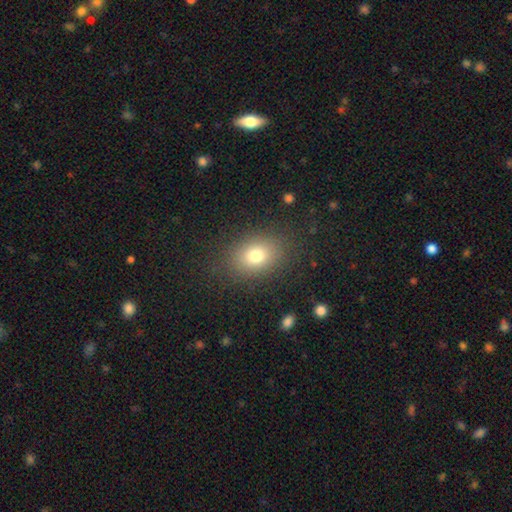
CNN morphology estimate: This is likely a smooth galaxy (77%). How rounded: likely in between (70%). Merging: clearly none (84%).